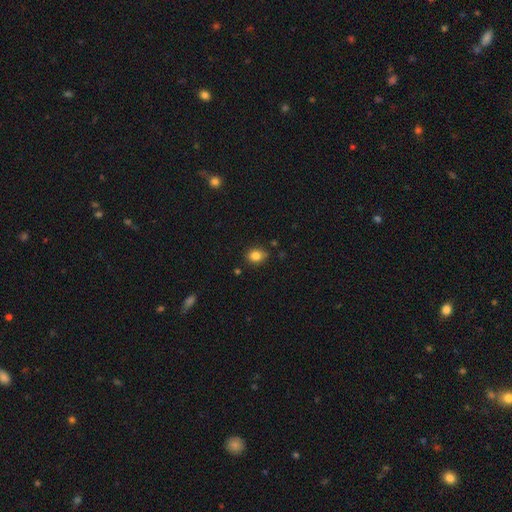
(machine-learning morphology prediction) smooth 84%, star or artifact 11%, featured or disk 5%. Down the decision tree: how rounded — round (52%); merging — none (81%).